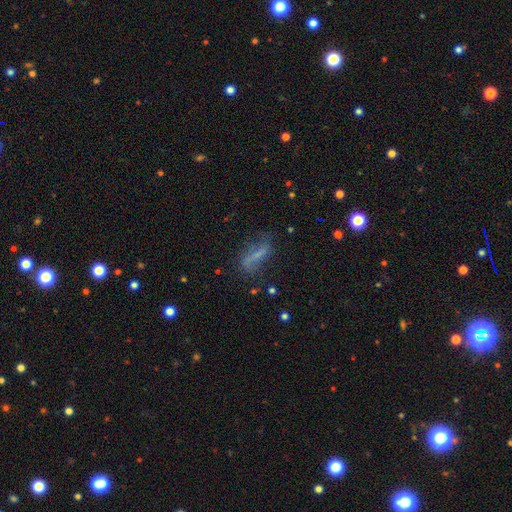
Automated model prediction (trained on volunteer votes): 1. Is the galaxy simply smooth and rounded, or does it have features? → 44% featured or disk, 43% smooth, 13% star or artifact.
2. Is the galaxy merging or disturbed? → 58% none, 23% minor disturbance, 15% major disturbance, 4% merger.